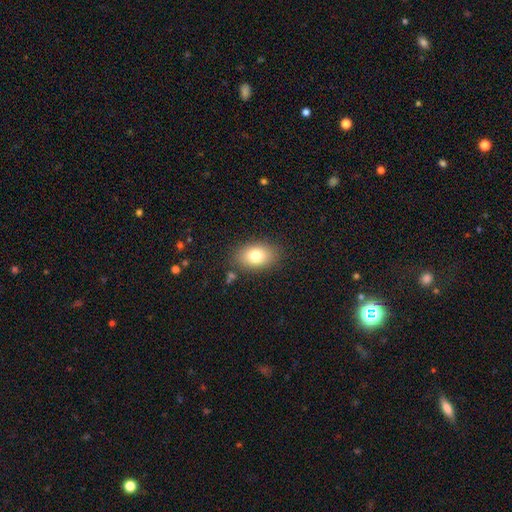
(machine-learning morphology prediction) smooth-or-featured: smooth: 77% | featured or disk: 13% | star or artifact: 10%
  how-rounded: in between: 82% | round: 17% | cigar-shaped: 1%
  merging: none: 85% | minor disturbance: 10% | major disturbance: 3% | merger: 2%